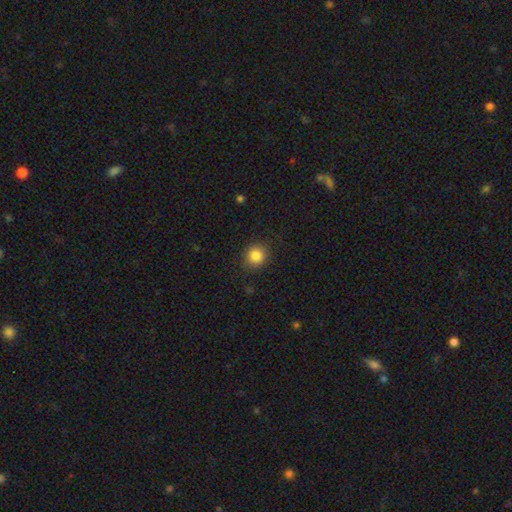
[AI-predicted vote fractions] The model was most divided on "how rounded": round: 87%, in between: 13%, cigar-shaped: 1%. More confident: merging — none (88%); smooth or featured — smooth (85%).